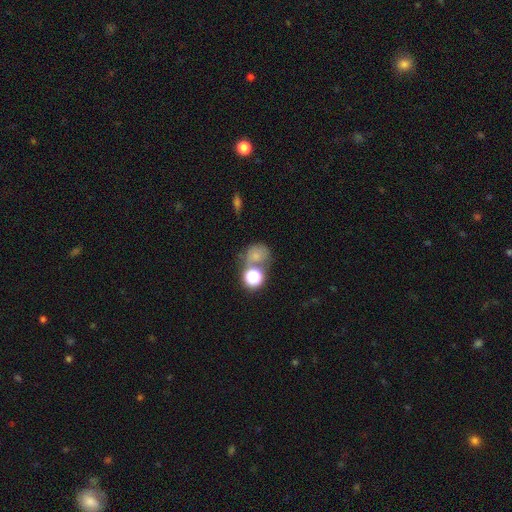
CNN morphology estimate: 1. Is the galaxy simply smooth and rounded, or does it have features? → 56% smooth, 23% star or artifact, 22% featured or disk.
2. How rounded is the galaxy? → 73% round, 26% in between, 1% cigar-shaped.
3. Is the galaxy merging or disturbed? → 45% none, 27% merger, 17% minor disturbance, 12% major disturbance.